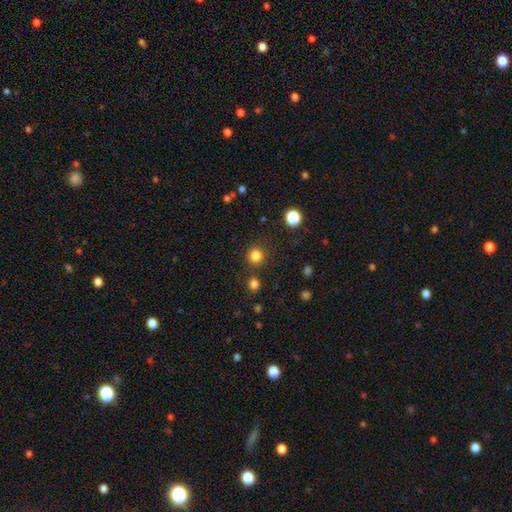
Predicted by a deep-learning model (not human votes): smooth 82%, star or artifact 14%, featured or disk 4%. Down the decision tree: how rounded — round (93%); merging — none (86%).